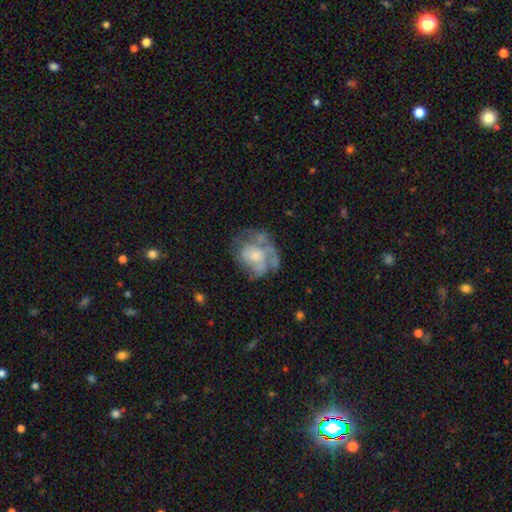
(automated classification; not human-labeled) Smooth or featured: featured or disk — 57% (smooth — 34%)
Edge-on disk: no — 98% (yes — 2%)
Bar: no — 83% (weak — 15%)
Spiral arms: no — 62% (yes — 38%)
Bulge size: moderate — 44% (small — 39%)
Merging: none — 43% (major disturbance — 28%)